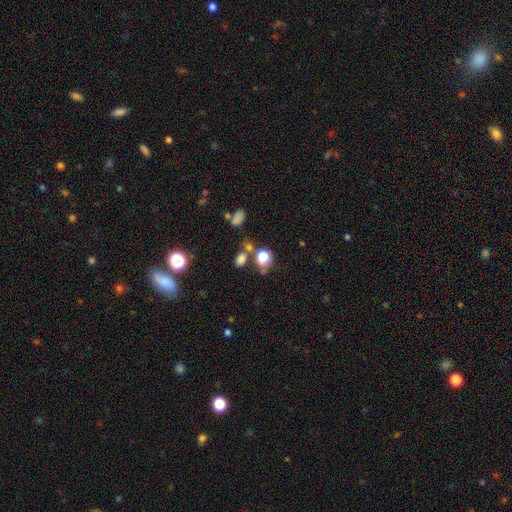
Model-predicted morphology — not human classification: This appears to be a star or artifact, not a galaxy (48%).